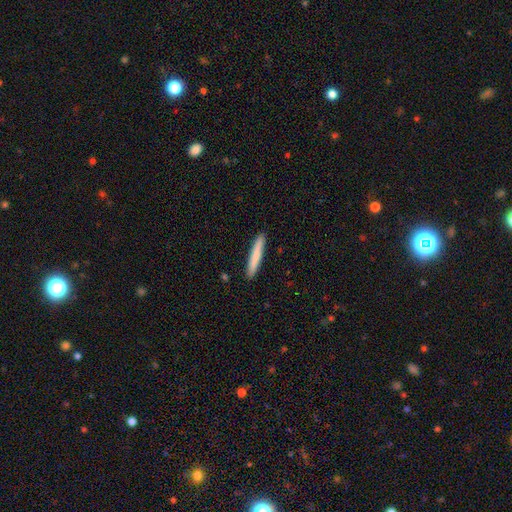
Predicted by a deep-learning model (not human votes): A smooth galaxy with no disk features (78%) that is cigar-shaped (96%).

Vote fractions:
- Smooth or featured? smooth: 78% / featured or disk: 17% / star or artifact: 5%
- How rounded? cigar-shaped: 96% / in between: 3% / round: 1%
- Merging? none: 92% / minor disturbance: 6% / major disturbance: 1% / merger: 1%